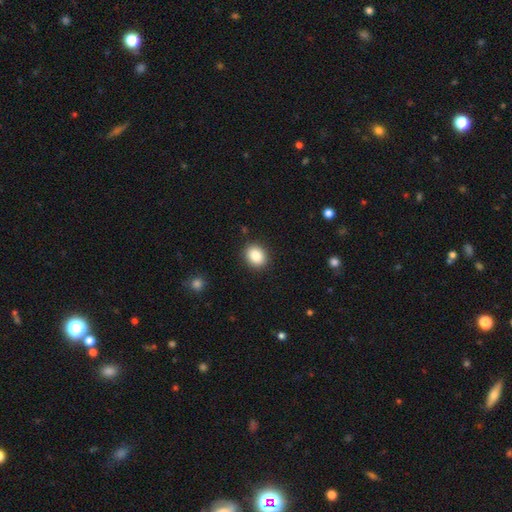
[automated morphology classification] Q: Smooth or featured?
A: smooth (86%); runner-up: star or artifact (9%)
Q: How rounded?
A: round (56%); runner-up: in between (43%)
Q: Merging?
A: none (90%); runner-up: minor disturbance (7%)